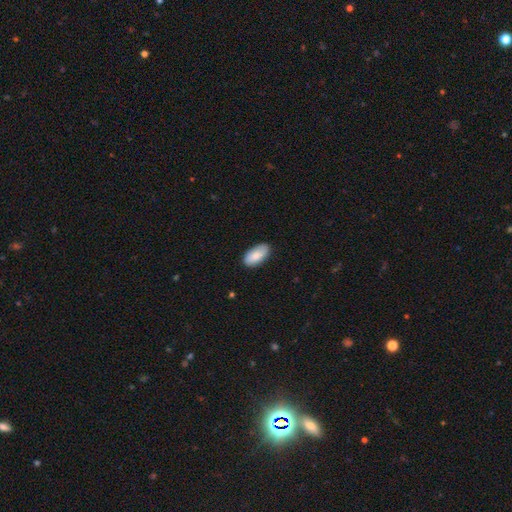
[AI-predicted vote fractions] A smooth galaxy with no disk features (85%) that is in between round and cigar-shaped (94%). Merging: none (85%).